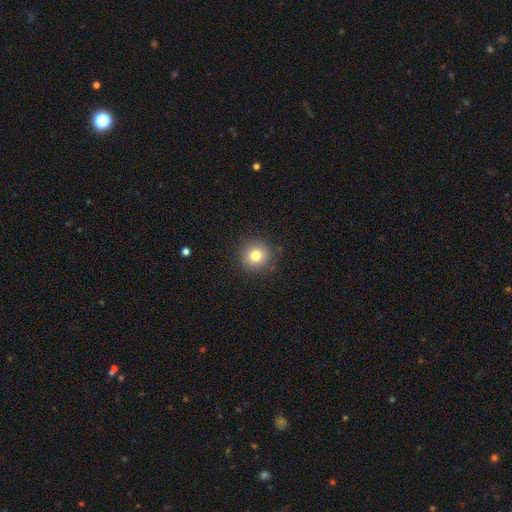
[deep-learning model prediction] smooth 80%, star or artifact 12%, featured or disk 9%. Down the decision tree: how rounded — round (93%); merging — none (90%).